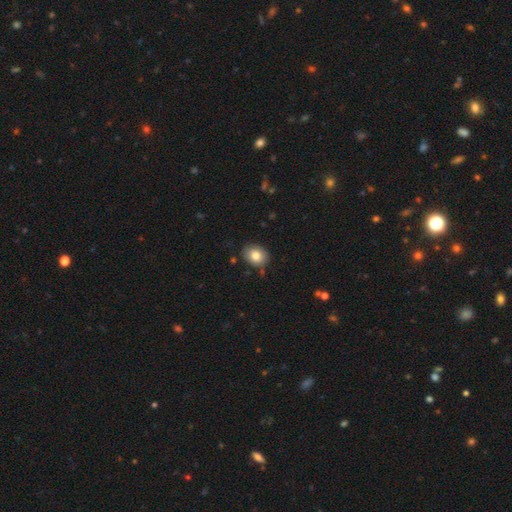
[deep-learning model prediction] smooth_or_featured: smooth (p=0.82) [alt: featured or disk p=0.09]
how_rounded: in between (p=0.56) [alt: round p=0.43]
merging: none (p=0.82) [alt: minor disturbance p=0.13]